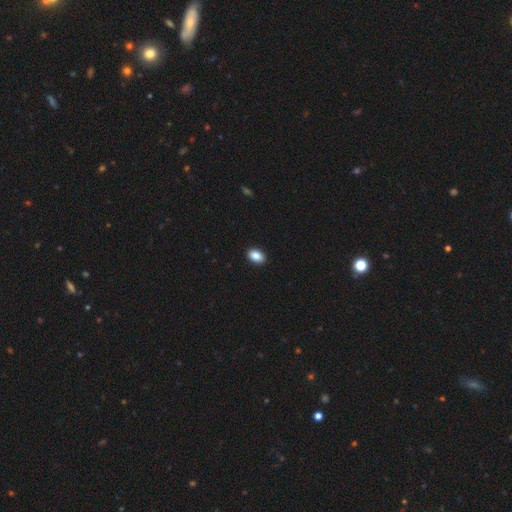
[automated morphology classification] Smooth or featured?
  - smooth: 88% *
  - star or artifact: 8%
  - featured or disk: 4%
How rounded?
  - in between: 85% *
  - round: 13%
  - cigar-shaped: 1%
Merging?
  - none: 91% *
  - minor disturbance: 6%
  - major disturbance: 2%
  - merger: 1%